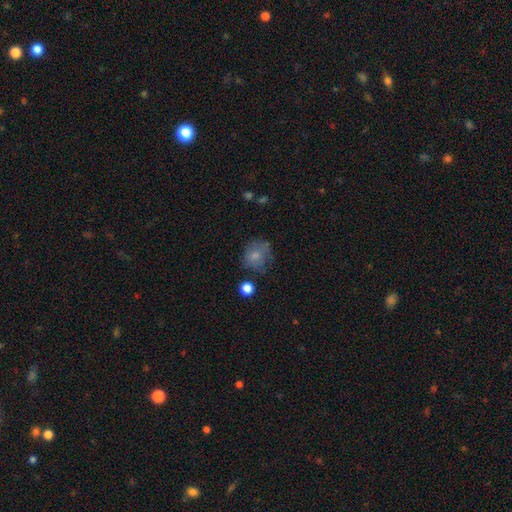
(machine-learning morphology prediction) This appears to be a smooth galaxy with no disk features (74%) that is round (79%). Merging: none (58%).